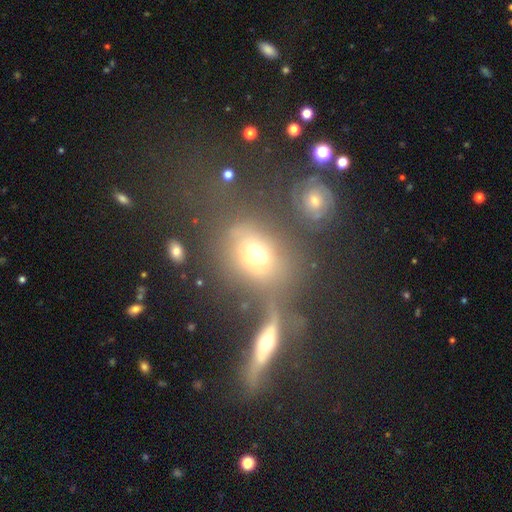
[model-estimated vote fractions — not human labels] Smooth or featured? smooth (62%)
How rounded? in between (54%)
Merging? none (44%)